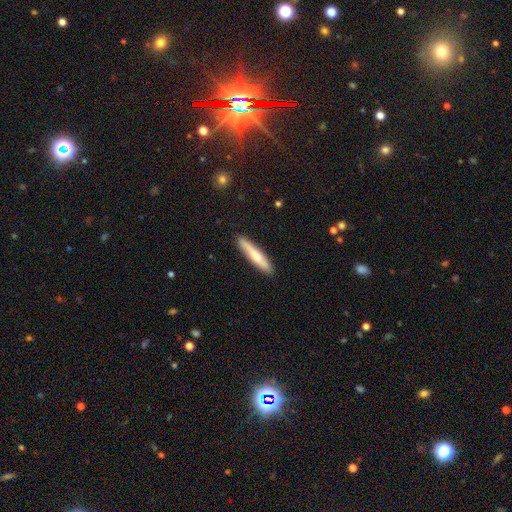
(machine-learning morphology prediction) Smooth or featured?
  - smooth: 68% *
  - featured or disk: 27%
  - star or artifact: 5%
How rounded?
  - cigar-shaped: 91% *
  - in between: 8%
  - round: 1%
Merging?
  - none: 89% *
  - minor disturbance: 9%
  - major disturbance: 2%
  - merger: 1%